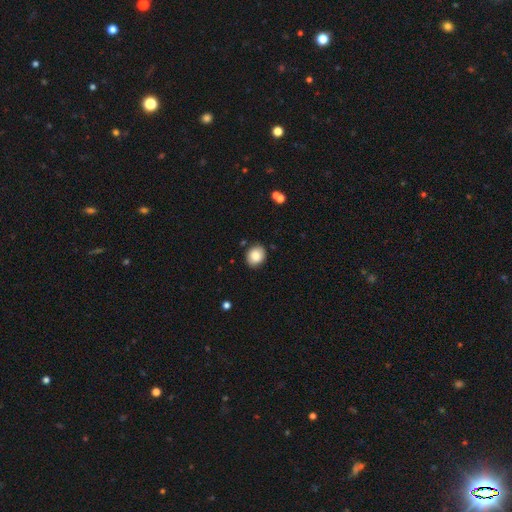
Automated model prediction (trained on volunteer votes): smooth_or_featured: smooth (p=0.85) [alt: star or artifact p=0.09]
how_rounded: round (p=0.63) [alt: in between p=0.36]
merging: none (p=0.87) [alt: minor disturbance p=0.09]